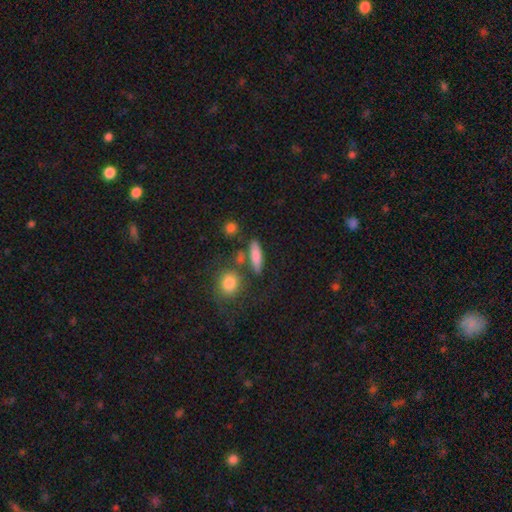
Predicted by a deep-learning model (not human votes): Smooth or featured? smooth (80%)
How rounded? cigar-shaped (55%)
Merging? none (72%)